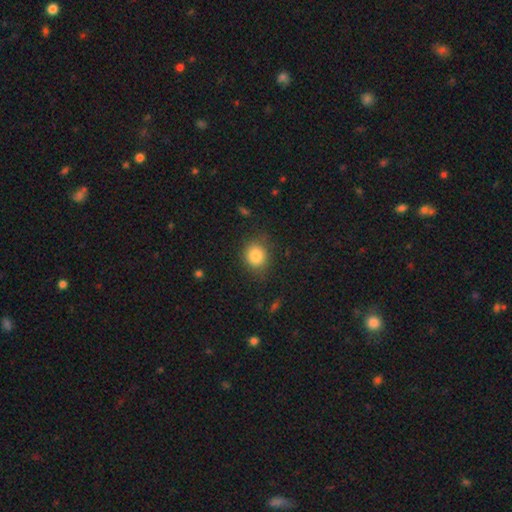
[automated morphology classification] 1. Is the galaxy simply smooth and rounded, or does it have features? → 83% smooth, 10% star or artifact, 7% featured or disk.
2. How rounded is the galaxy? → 76% round, 23% in between, 1% cigar-shaped.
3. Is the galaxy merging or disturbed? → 80% none, 14% minor disturbance, 4% major disturbance, 1% merger.